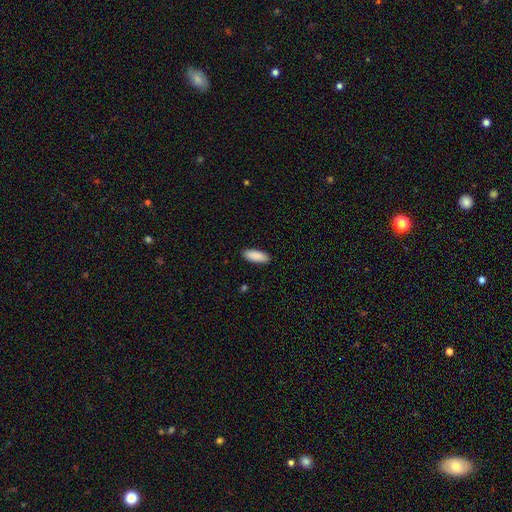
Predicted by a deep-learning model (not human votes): The model was most divided on "how rounded": in between: 75%, cigar-shaped: 23%, round: 2%. More confident: smooth or featured — smooth (91%); merging — none (90%).